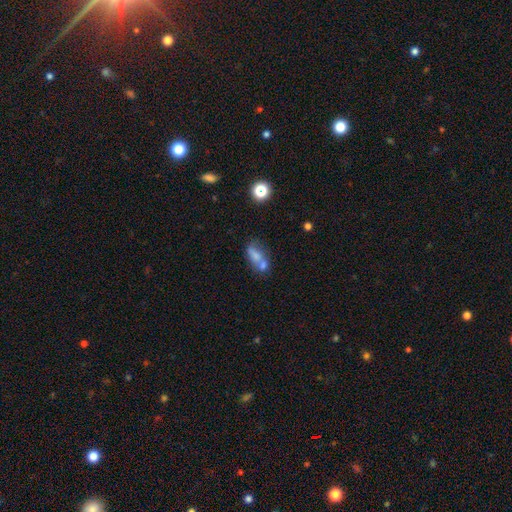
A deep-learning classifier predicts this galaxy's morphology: The model was most divided on "merging": merger: 43%, none: 30%, minor disturbance: 16%, major disturbance: 11%. More confident: how rounded — in between (77%); smooth or featured — smooth (61%).